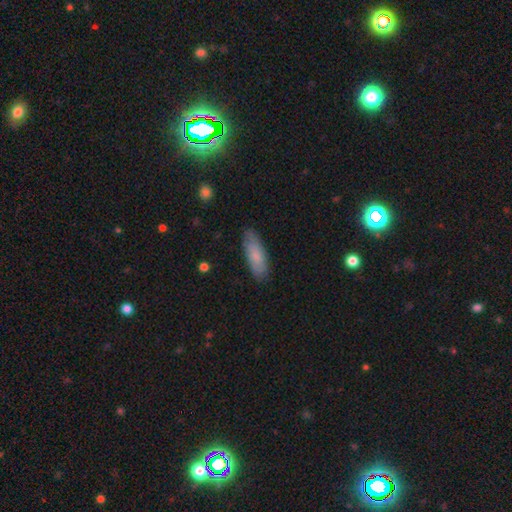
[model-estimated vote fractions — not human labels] smooth-or-featured: smooth: 79% | featured or disk: 15% | star or artifact: 6%
  how-rounded: in between: 60% | cigar-shaped: 38% | round: 2%
  merging: none: 85% | minor disturbance: 12% | major disturbance: 2% | merger: 1%